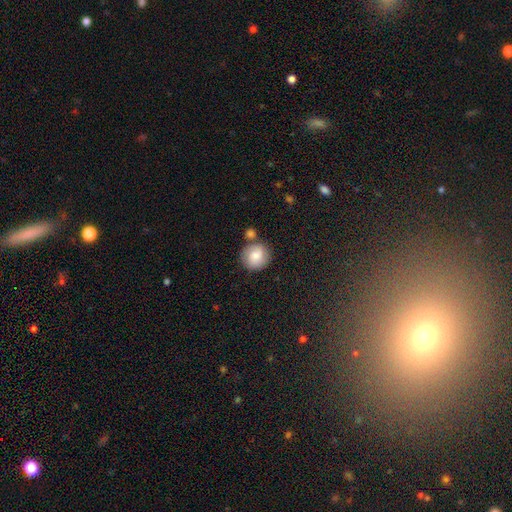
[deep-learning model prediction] Overall: smooth (78%). How rounded: round (89%). Merging: none (67%).